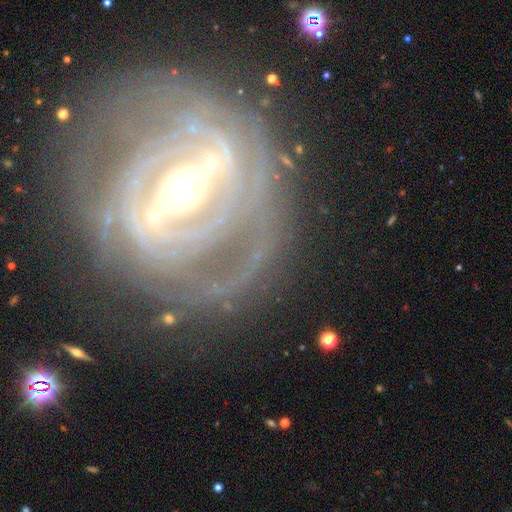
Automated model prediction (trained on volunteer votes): Smooth or featured? featured or disk (88%)
Edge-on disk? no (92%)
Bar? strong (70%)
Spiral arms? yes (90%)
Spiral winding? tight (72%)
Spiral arm count? can't tell (32%)
Bulge size? moderate (64%)
Merging? none (74%)